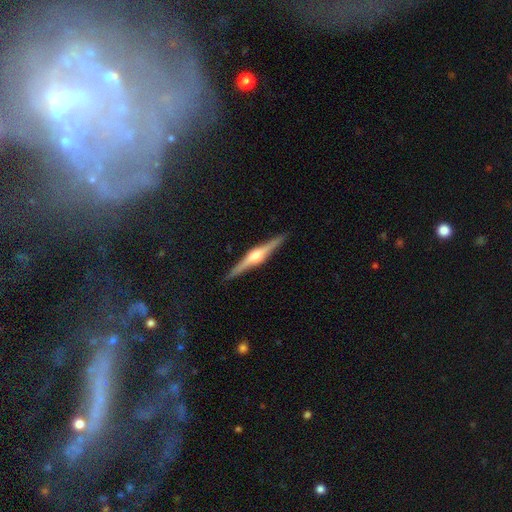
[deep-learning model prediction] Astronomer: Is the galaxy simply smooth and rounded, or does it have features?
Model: featured or disk — 82%.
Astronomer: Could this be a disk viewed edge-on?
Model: yes — 98%.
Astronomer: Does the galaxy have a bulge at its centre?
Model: rounded — 91%.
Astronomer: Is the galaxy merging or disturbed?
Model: none — 92%.